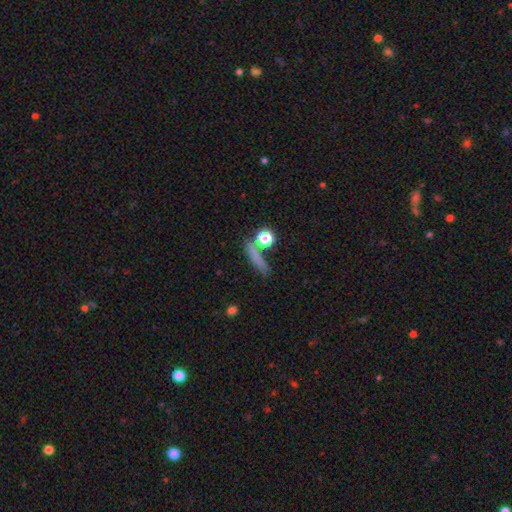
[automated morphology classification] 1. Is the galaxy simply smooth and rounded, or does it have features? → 66% smooth, 17% featured or disk, 16% star or artifact.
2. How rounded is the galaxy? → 66% cigar-shaped, 19% round, 16% in between.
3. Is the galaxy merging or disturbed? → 70% none, 12% merger, 12% minor disturbance, 6% major disturbance.